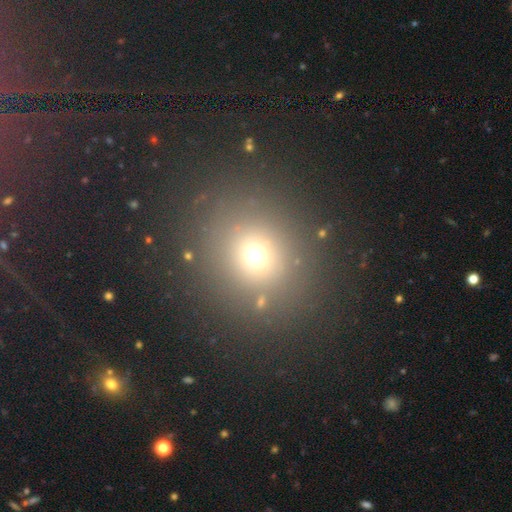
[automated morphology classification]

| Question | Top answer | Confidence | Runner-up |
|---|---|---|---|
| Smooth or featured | smooth | 66% | star or artifact (25%) |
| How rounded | round | 84% | in between (15%) |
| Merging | none | 86% | minor disturbance (7%) |